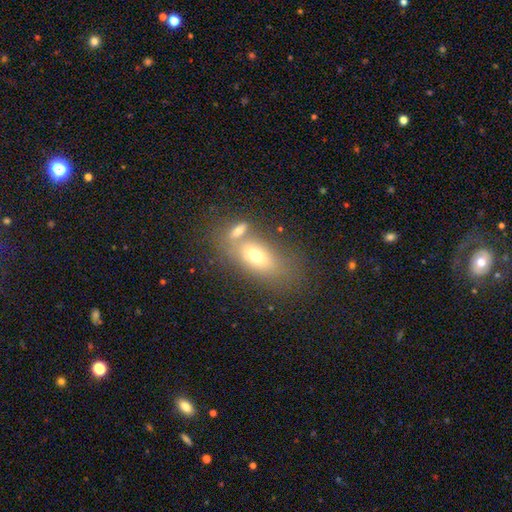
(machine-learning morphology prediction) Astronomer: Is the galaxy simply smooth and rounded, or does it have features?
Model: smooth — 63%.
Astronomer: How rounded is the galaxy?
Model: in between — 81%.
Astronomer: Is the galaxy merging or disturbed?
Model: none — 42% (runner-up: merger, 37%).